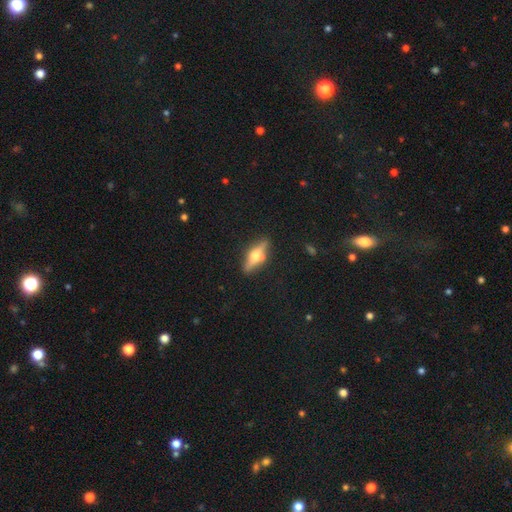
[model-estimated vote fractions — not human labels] A featured or disk galaxy (62%) viewed edge-on (92%) with a rounded central bulge (95%). Merging: none (82%).